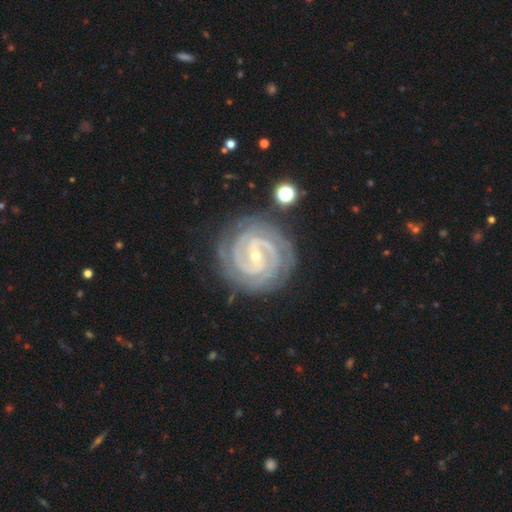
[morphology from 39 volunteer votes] Volunteers were most divided on "bar": strong: 55%, weak: 27%, no: 18%. More confident: spiral arms — yes (100%); edge-on disk — no (94%); smooth or featured — featured or disk (90%); merging — none (86%); spiral winding — tight (85%); spiral arm count — 2 (82%); bulge size — small (79%).